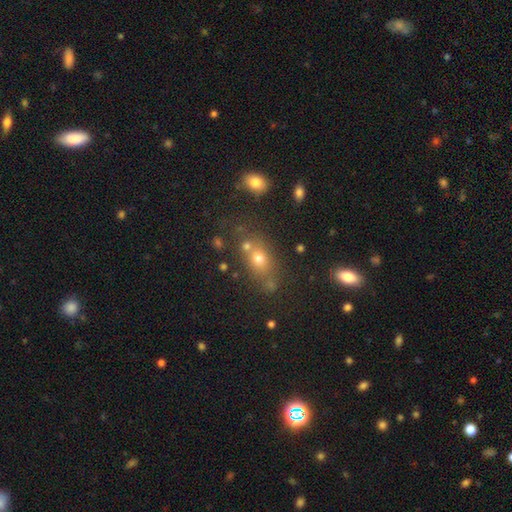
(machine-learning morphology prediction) smooth 55%, star or artifact 27%, featured or disk 17%. Down the decision tree: how rounded — round (48%); merging — none (59%).